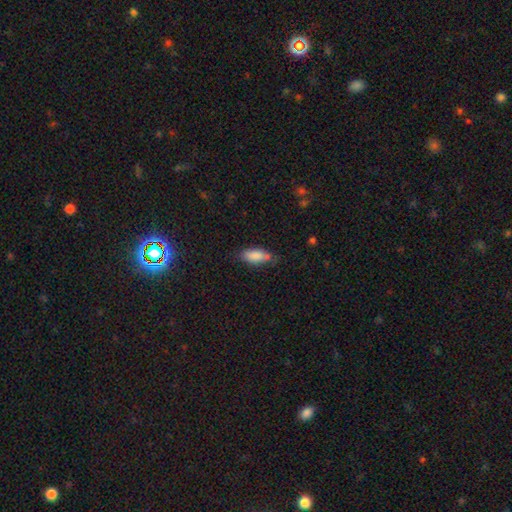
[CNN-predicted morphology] Smooth or featured?
  - smooth: 85% *
  - featured or disk: 8%
  - star or artifact: 7%
How rounded?
  - in between: 79% *
  - cigar-shaped: 19%
  - round: 2%
Merging?
  - none: 65% *
  - minor disturbance: 26%
  - major disturbance: 5%
  - merger: 4%